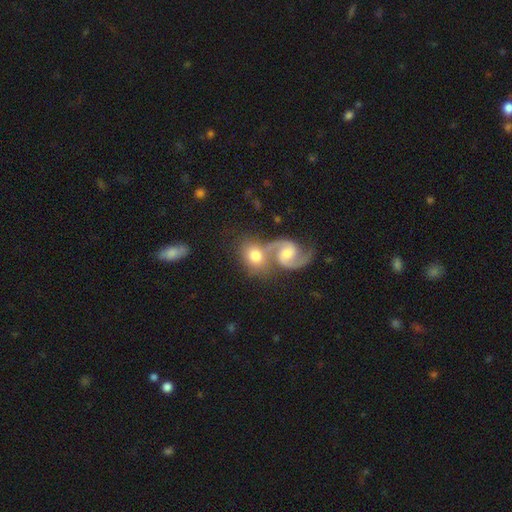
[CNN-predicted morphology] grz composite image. It shows a featured or disk galaxy (48%). Merging: merger (58%).